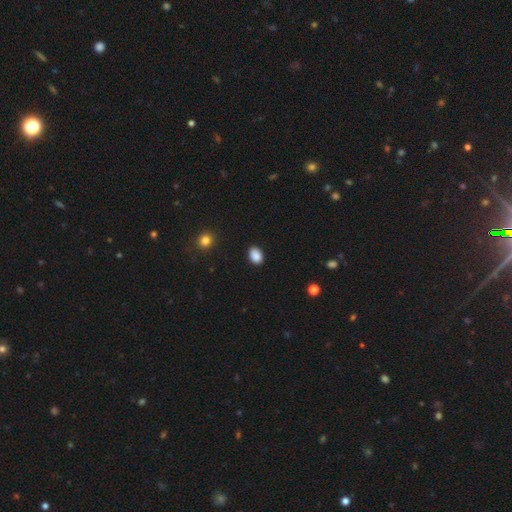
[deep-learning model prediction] smooth_or_featured: smooth (p=0.88) [alt: star or artifact p=0.09]
how_rounded: in between (p=0.74) [alt: round p=0.26]
merging: none (p=0.88) [alt: minor disturbance p=0.09]